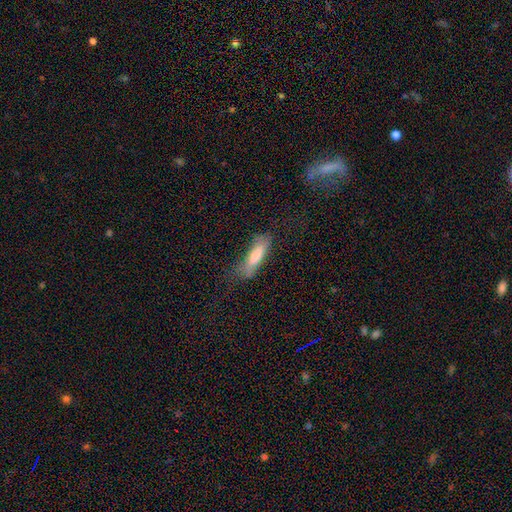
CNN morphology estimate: smooth 71%, featured or disk 22%, star or artifact 7%. Down the decision tree: how rounded — cigar-shaped (63%); merging — none (54%).